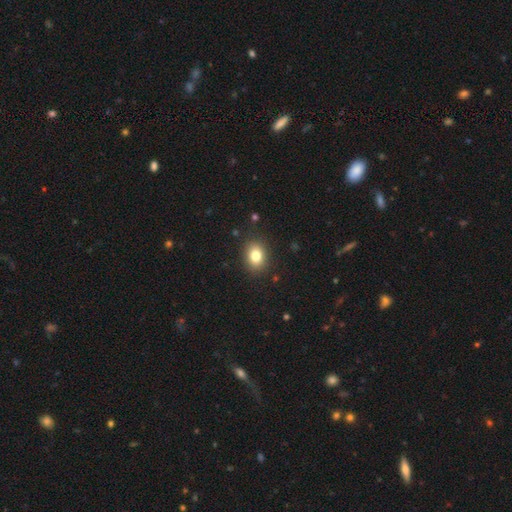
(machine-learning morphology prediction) Smooth or featured?
  - smooth: 82% *
  - star or artifact: 10%
  - featured or disk: 8%
How rounded?
  - in between: 60% *
  - round: 39%
  - cigar-shaped: 1%
Merging?
  - none: 87% *
  - minor disturbance: 9%
  - major disturbance: 3%
  - merger: 1%